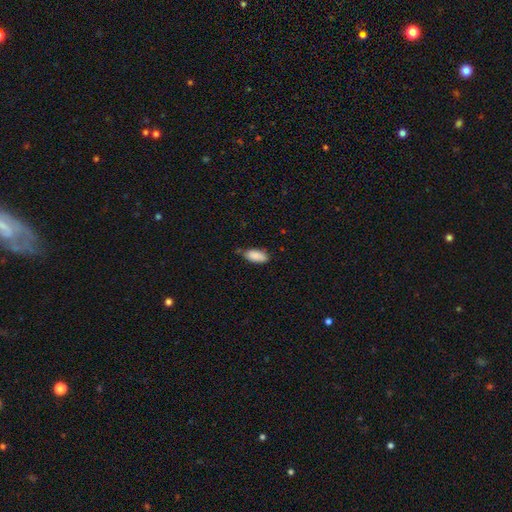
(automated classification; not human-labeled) Smooth or featured? Predicted: smooth (p=0.89). How rounded? Predicted: in between (p=0.88). Merging? Predicted: none (p=0.63).